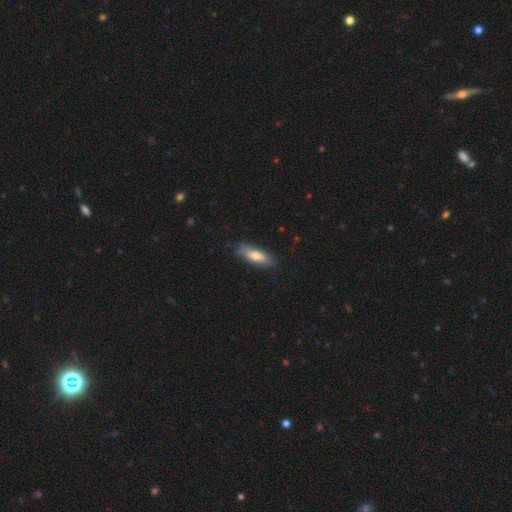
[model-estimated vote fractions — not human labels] This appears to be a smooth galaxy with no disk features (65%) that is in between round and cigar-shaped (51%). Merging: none (75%).